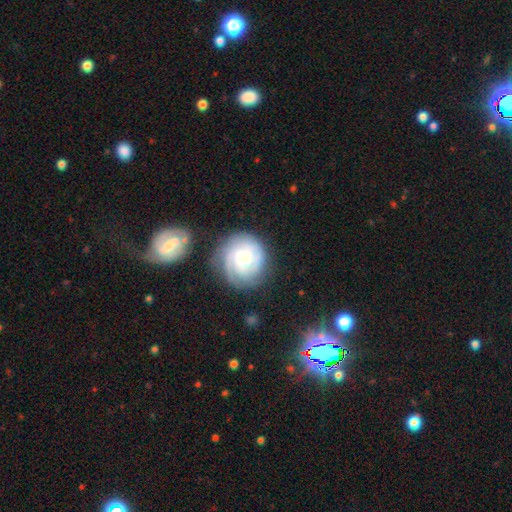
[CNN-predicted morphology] A featured or disk galaxy (72%) with no bar (71%), tight (68%) spiral arms (92%) and a moderate central bulge (54%). Merging: none (70%).